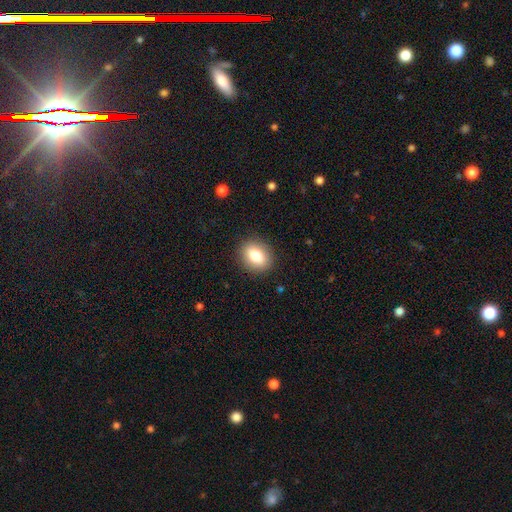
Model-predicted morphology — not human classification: Smooth or featured: smooth — 80% (featured or disk — 11%)
How rounded: in between — 58% (round — 41%)
Merging: none — 89% (minor disturbance — 8%)